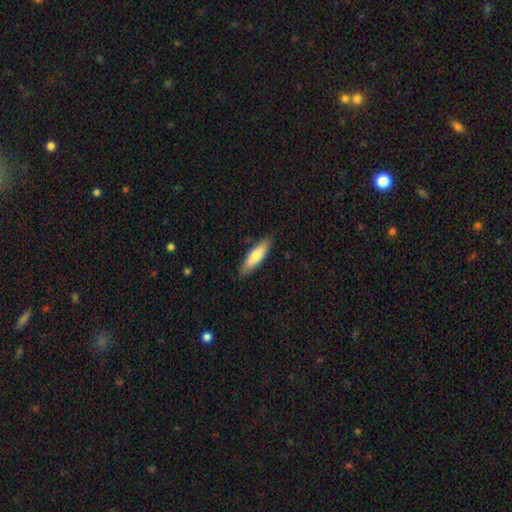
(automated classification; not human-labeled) Smooth or featured? smooth (73%)
How rounded? cigar-shaped (59%)
Merging? none (87%)